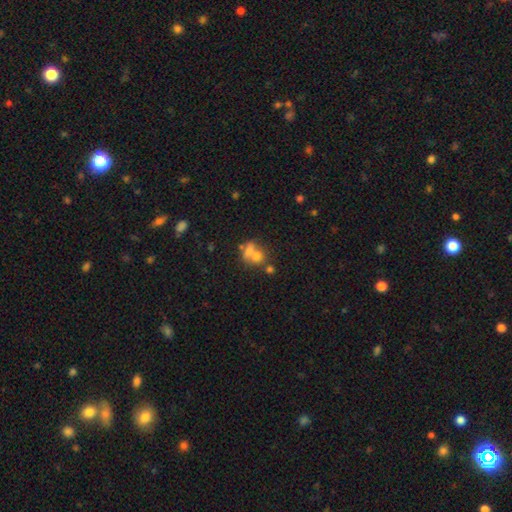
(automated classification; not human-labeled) The model was most divided on "how rounded": round: 61%, in between: 37%, cigar-shaped: 2%. More confident: smooth or featured — smooth (64%); merging — merger (56%).